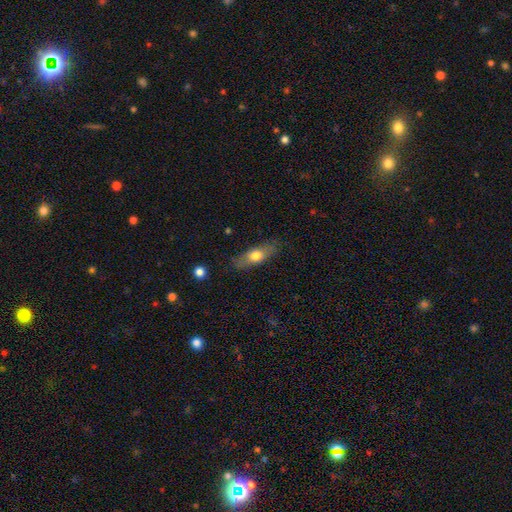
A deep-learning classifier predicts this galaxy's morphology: Smooth or featured?
  - smooth: 63% *
  - featured or disk: 31%
  - star or artifact: 7%
How rounded?
  - in between: 56% *
  - cigar-shaped: 39%
  - round: 5%
Merging?
  - none: 80% *
  - minor disturbance: 14%
  - major disturbance: 4%
  - merger: 1%